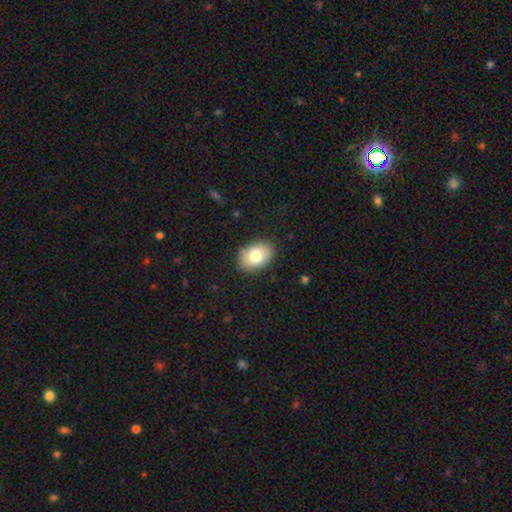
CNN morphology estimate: Overall: smooth (78%). How rounded: in between (82%). Merging: none (87%).